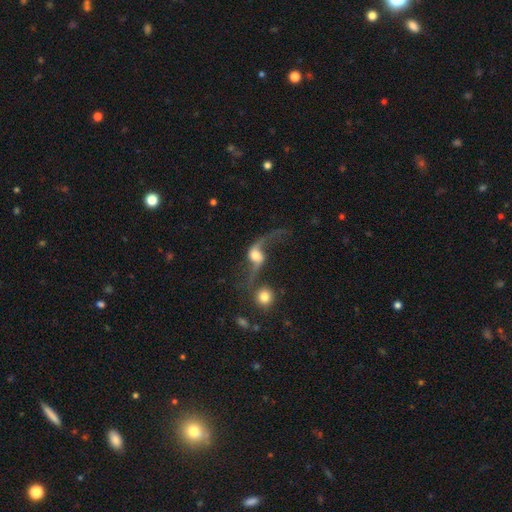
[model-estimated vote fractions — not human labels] Overall: featured or disk (82%). Edge-on disk: no (92%). Bar: no (55%; weak 32%). Spiral arms: yes (93%). Spiral arm count: 2 (88%). Spiral winding: loose (93%). Bulge size: moderate (51%; large 24%). Merging: none (42%; major disturbance 27%).